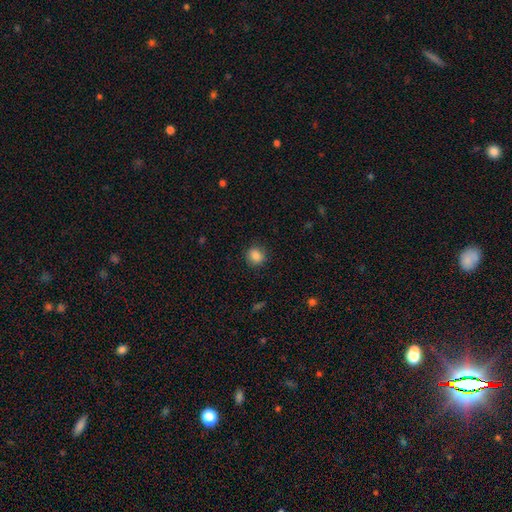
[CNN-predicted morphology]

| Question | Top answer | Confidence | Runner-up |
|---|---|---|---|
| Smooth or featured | smooth | 86% | star or artifact (10%) |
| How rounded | round | 84% | in between (15%) |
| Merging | none | 88% | minor disturbance (8%) |